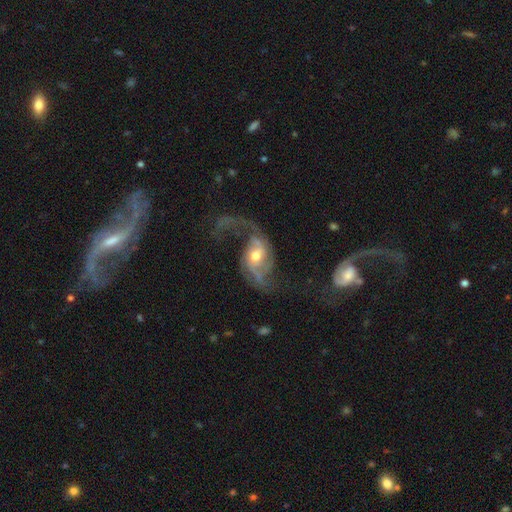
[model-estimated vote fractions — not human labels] featured or disk 87%, smooth 7%, star or artifact 6%. Down the decision tree: edge-on disk — no (96%); bar — no (48%); spiral arms — yes (95%); spiral arm count — 2 (80%); spiral winding — loose (63%); bulge size — moderate (62%); merging — none (42%).